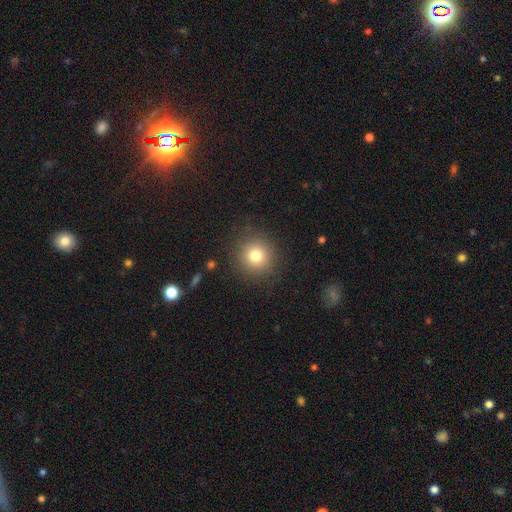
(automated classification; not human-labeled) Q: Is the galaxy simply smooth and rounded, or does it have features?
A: smooth — 79%.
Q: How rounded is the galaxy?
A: round — 93%.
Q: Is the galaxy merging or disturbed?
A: none — 87%.